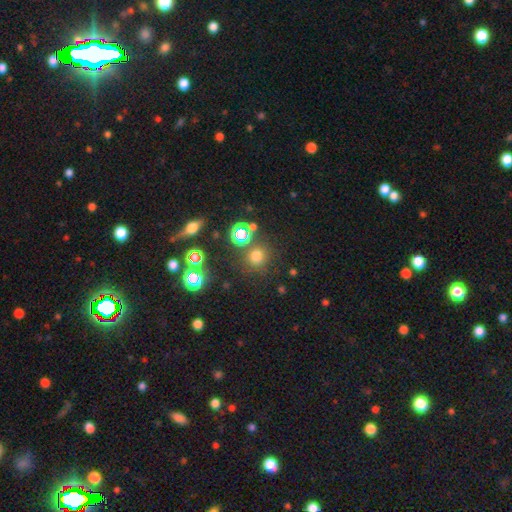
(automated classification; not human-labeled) Smooth or featured? smooth (65%)
How rounded? round (89%)
Merging? none (80%)